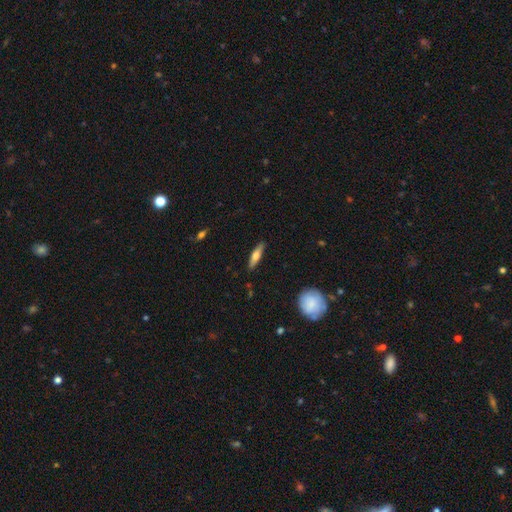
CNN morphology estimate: Smooth or featured? Predicted: smooth (p=0.57). How rounded? Predicted: cigar-shaped (p=0.73). Merging? Predicted: none (p=0.88).